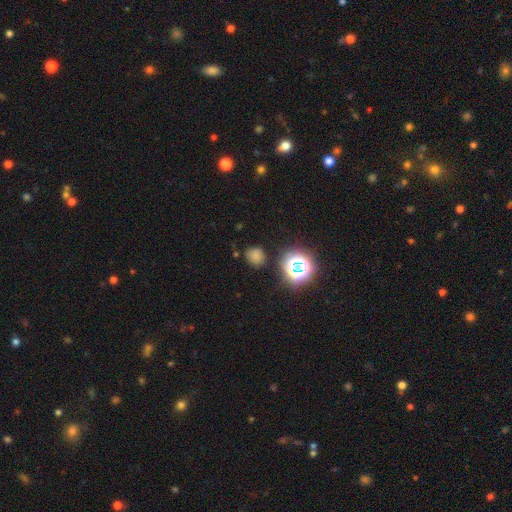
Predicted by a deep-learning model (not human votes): smooth 69%, star or artifact 25%, featured or disk 6%. Down the decision tree: how rounded — round (79%); merging — none (79%).